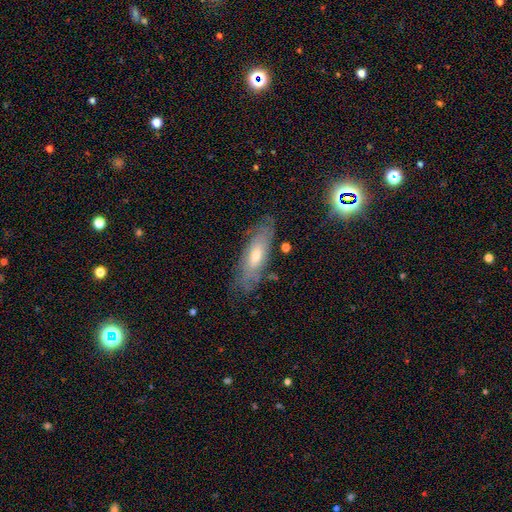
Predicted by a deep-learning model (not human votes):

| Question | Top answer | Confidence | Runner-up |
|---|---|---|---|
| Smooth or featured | featured or disk | 58% | smooth (34%) |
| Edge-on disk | no | 70% | yes (30%) |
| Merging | none | 74% | minor disturbance (18%) |